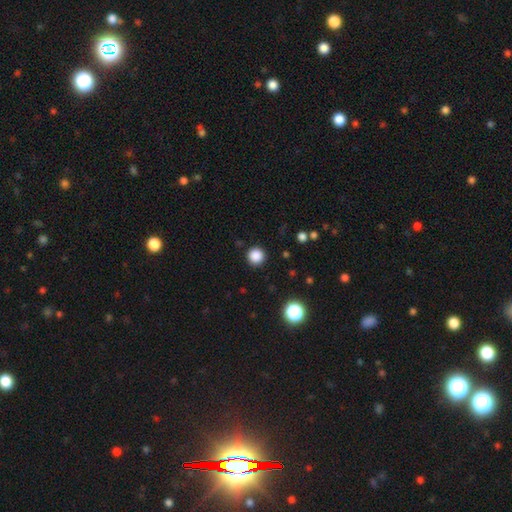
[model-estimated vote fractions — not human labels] A smooth galaxy with no disk features (86%) that is round (96%). Merging: none (91%).